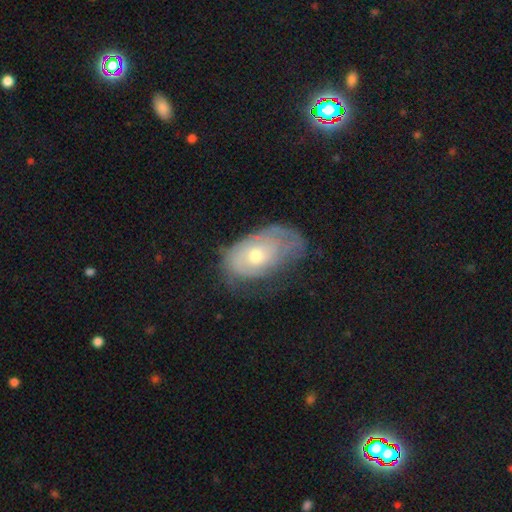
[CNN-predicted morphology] type=featured or disk (54%); edge-on=no (92%); merging=none (40%).